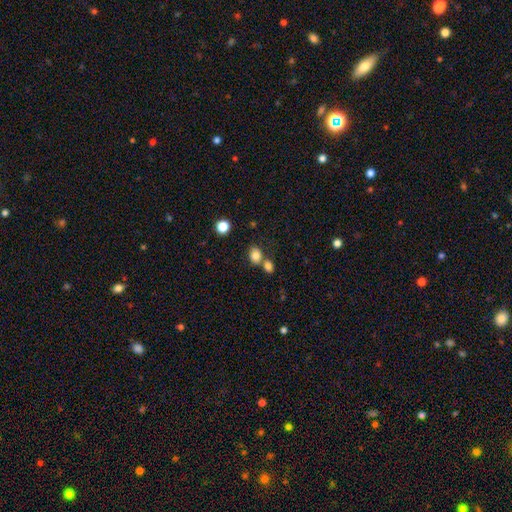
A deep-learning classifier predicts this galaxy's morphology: Overall: smooth (82%). How rounded: in between (52%; round 46%). Merging: none (55%; merger 32%).